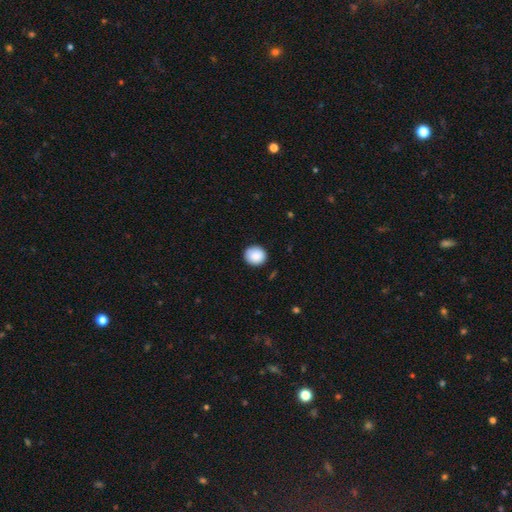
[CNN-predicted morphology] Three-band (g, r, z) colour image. It shows a smooth galaxy with no disk features (89%) that is round (83%). Merging: none (89%).